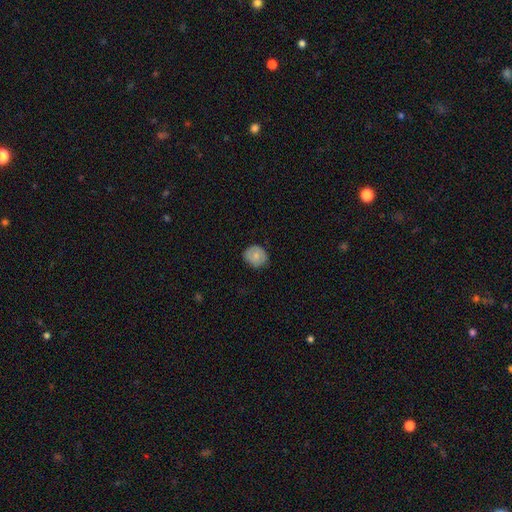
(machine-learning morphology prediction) Smooth or featured: smooth — 72% (featured or disk — 21%)
How rounded: round — 79% (in between — 20%)
Merging: none — 80% (minor disturbance — 16%)